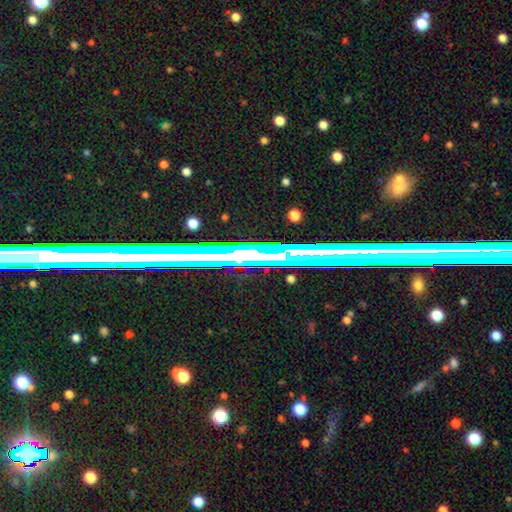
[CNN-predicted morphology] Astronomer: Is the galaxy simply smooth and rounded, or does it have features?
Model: star or artifact — 55% (runner-up: featured or disk, 31%).